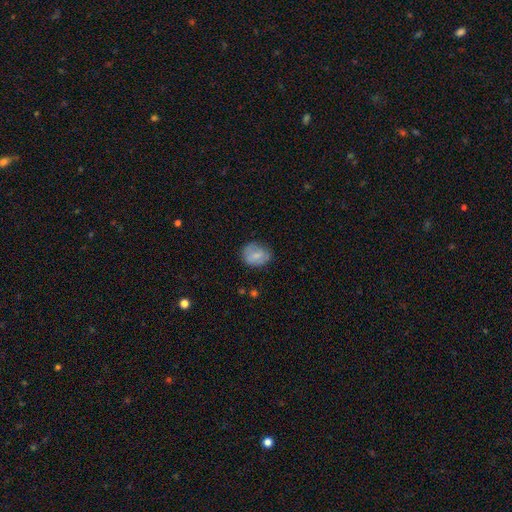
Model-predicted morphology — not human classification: Smooth or featured?
  - smooth: 64% *
  - featured or disk: 28%
  - star or artifact: 8%
How rounded?
  - round: 51% *
  - in between: 48%
  - cigar-shaped: 1%
Merging?
  - none: 67% *
  - minor disturbance: 24%
  - major disturbance: 8%
  - merger: 2%